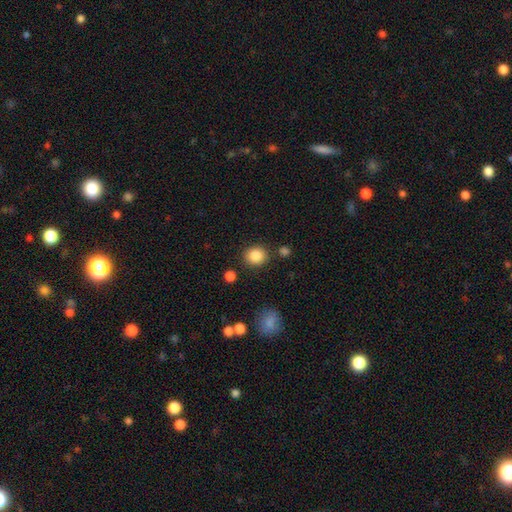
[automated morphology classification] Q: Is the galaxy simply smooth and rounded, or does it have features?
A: smooth — 86%.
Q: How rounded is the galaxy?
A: round — 81%.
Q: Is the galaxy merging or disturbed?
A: none — 84%.